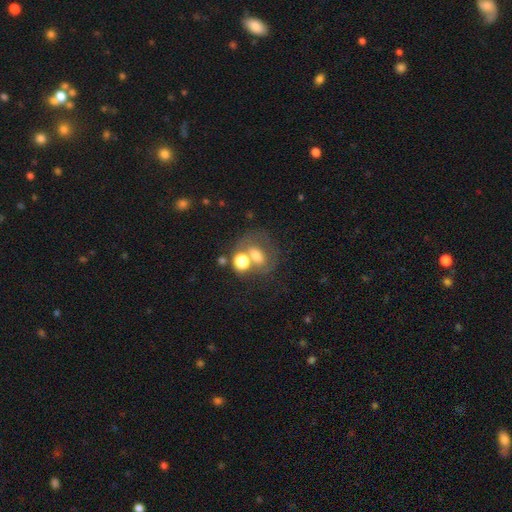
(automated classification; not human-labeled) A smooth galaxy with no disk features (56%) that is in between round and cigar-shaped (53%).

Vote fractions:
- Smooth or featured? smooth: 56% / featured or disk: 29% / star or artifact: 16%
- How rounded? in between: 53% / round: 46% / cigar-shaped: 2%
- Merging? merger: 37% (tied) / none: 37% (tied) / minor disturbance: 13% / major disturbance: 13%